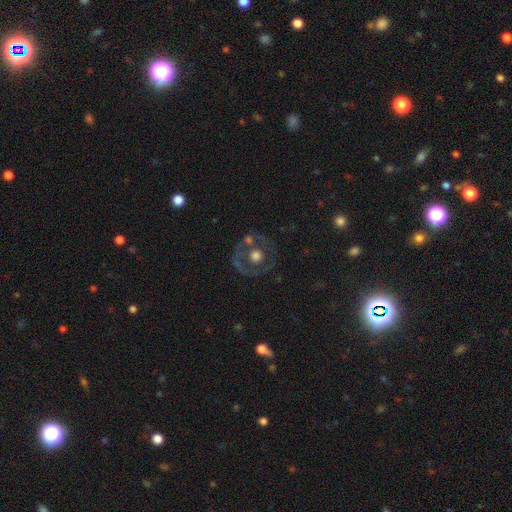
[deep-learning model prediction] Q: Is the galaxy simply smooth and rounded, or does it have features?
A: featured or disk — 50%.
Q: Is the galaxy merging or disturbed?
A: none — 68%.